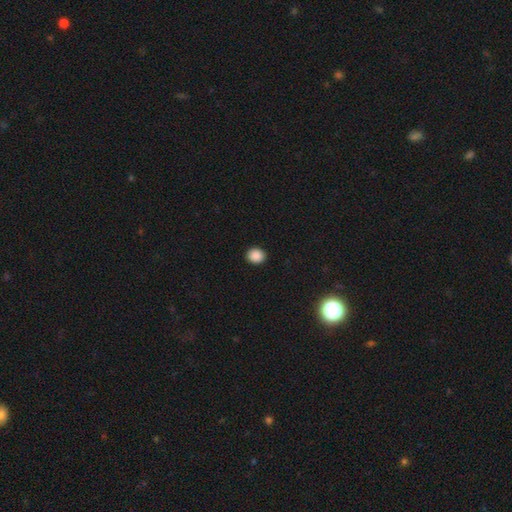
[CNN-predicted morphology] Smooth or featured: smooth — 88% (star or artifact — 9%)
How rounded: round — 69% (in between — 30%)
Merging: none — 91% (minor disturbance — 6%)